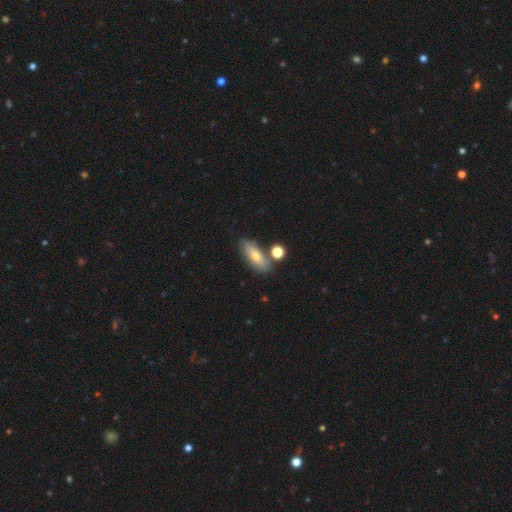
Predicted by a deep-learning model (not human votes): smooth-or-featured: smooth: 65% | featured or disk: 27% | star or artifact: 8%
  how-rounded: in between: 70% | cigar-shaped: 26% | round: 5%
  merging: none: 71% | minor disturbance: 13% | merger: 13% | major disturbance: 3%